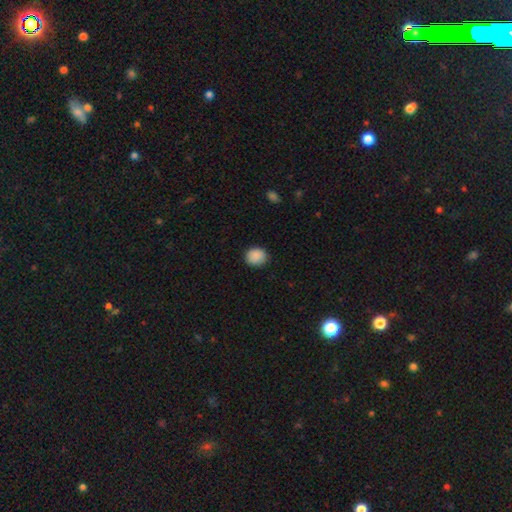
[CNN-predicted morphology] smooth 89%, star or artifact 8%, featured or disk 3%. Down the decision tree: how rounded — round (73%); merging — none (87%).